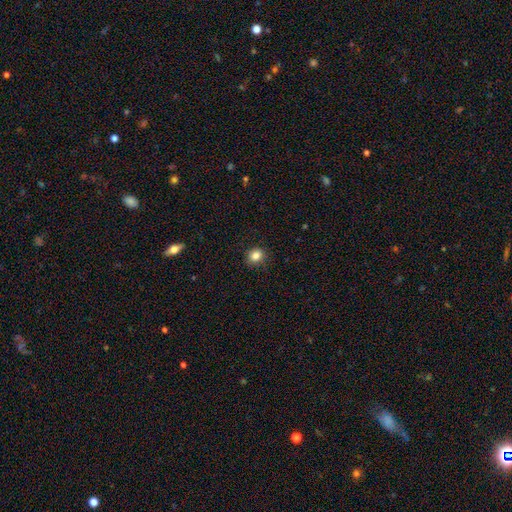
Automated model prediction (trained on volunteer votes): Smooth or featured: smooth — 84% (star or artifact — 11%)
How rounded: round — 72% (in between — 27%)
Merging: none — 86% (minor disturbance — 10%)